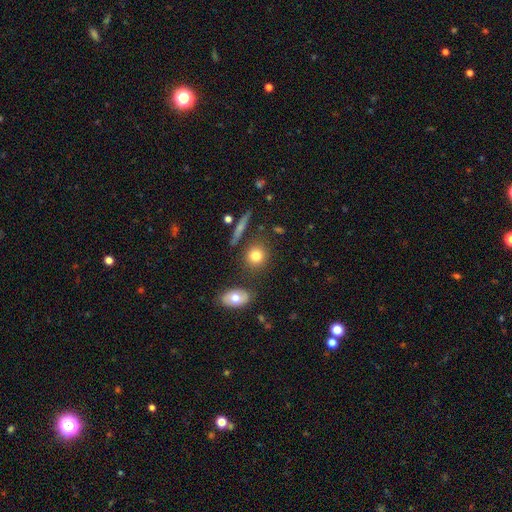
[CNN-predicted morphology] A smooth galaxy with no disk features (78%) that is round (77%).

Vote fractions:
- Smooth or featured? smooth: 78% / featured or disk: 12% / star or artifact: 10%
- How rounded? round: 77% / in between: 21% / cigar-shaped: 2%
- Merging? none: 80% / minor disturbance: 10% / merger: 6% / major disturbance: 4%